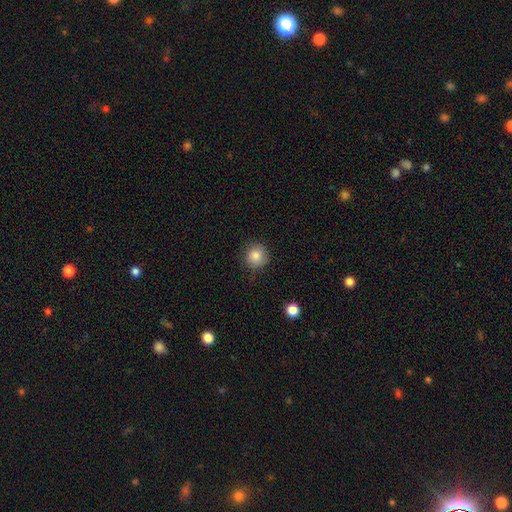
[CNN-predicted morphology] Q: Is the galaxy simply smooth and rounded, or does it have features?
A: smooth — 83%.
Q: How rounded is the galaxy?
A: round — 92%.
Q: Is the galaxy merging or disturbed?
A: none — 82%.